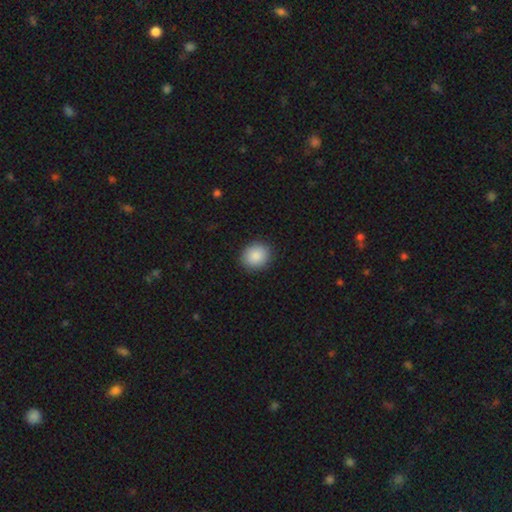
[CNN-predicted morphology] Q: Smooth or featured?
A: smooth (89%); runner-up: star or artifact (7%)
Q: How rounded?
A: round (74%); runner-up: in between (25%)
Q: Merging?
A: none (90%); runner-up: minor disturbance (7%)